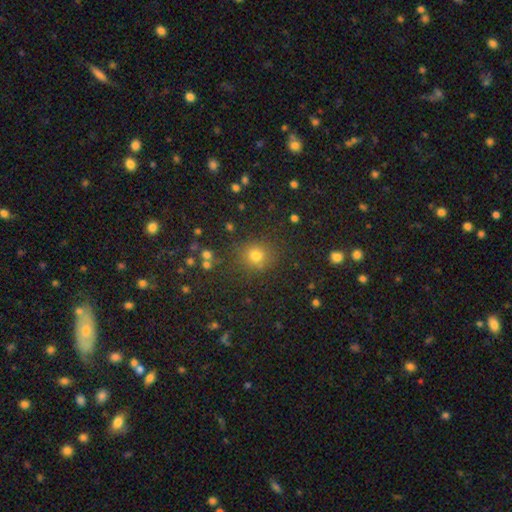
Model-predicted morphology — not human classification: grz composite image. It shows a smooth galaxy with no disk features (72%) that is round (87%). Merging: none (83%).